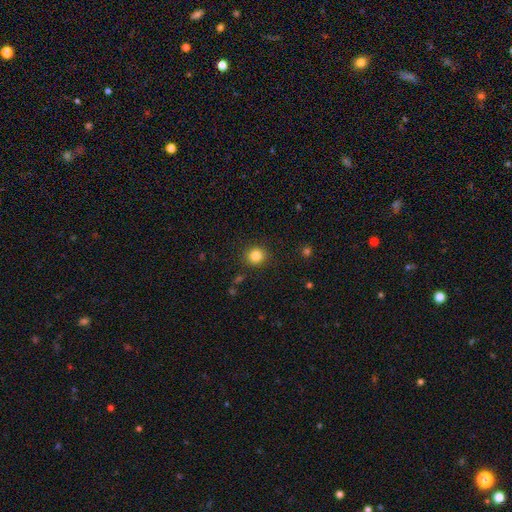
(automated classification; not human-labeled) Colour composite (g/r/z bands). It shows a smooth galaxy with no disk features (83%) that is round (91%). Merging: none (90%).